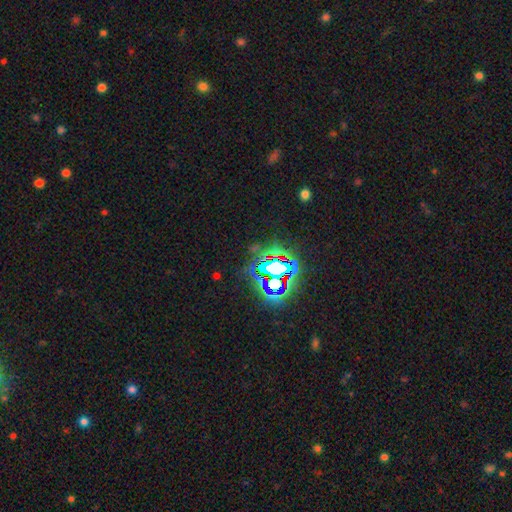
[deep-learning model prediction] A star or artifact, not a galaxy (84%).